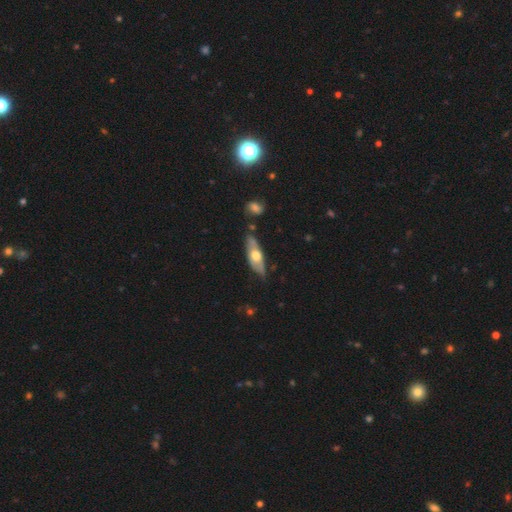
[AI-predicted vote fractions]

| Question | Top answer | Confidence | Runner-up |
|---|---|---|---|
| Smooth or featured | featured or disk | 50% | smooth (44%) |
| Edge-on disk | yes | 58% | no (42%) |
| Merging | none | 72% | minor disturbance (20%) |